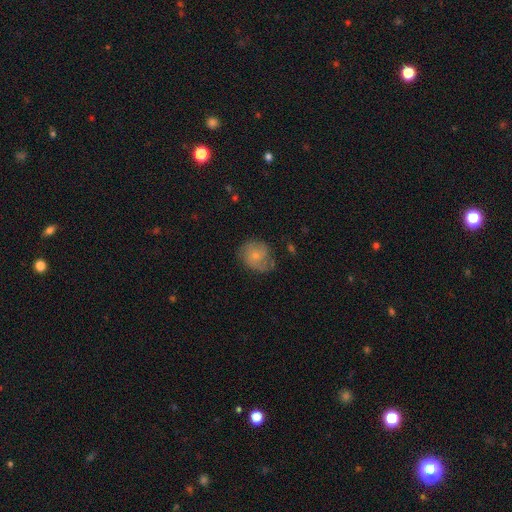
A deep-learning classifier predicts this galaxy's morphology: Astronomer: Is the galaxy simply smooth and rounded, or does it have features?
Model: smooth — 58% (runner-up: featured or disk, 34%).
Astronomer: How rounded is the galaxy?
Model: round — 72%.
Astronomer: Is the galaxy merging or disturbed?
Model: none — 54% (runner-up: minor disturbance, 30%).